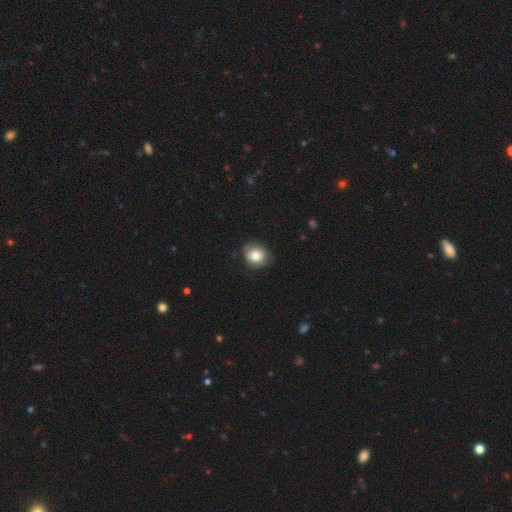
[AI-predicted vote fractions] Q: Smooth or featured?
A: smooth (81%); runner-up: featured or disk (10%)
Q: How rounded?
A: round (75%); runner-up: in between (24%)
Q: Merging?
A: none (78%); runner-up: minor disturbance (17%)